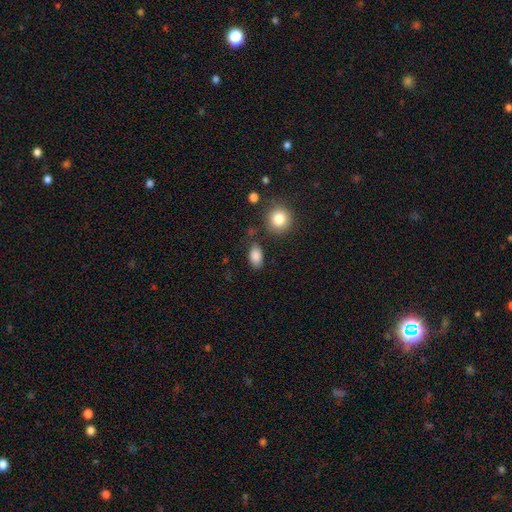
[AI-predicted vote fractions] Smooth or featured: smooth — 87% (star or artifact — 8%)
How rounded: in between — 87% (round — 11%)
Merging: none — 78% (minor disturbance — 13%)